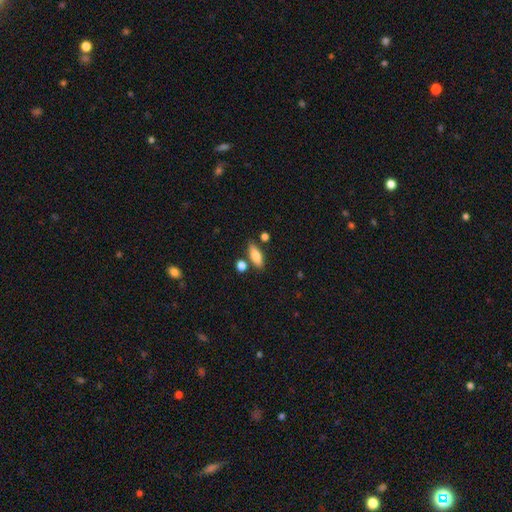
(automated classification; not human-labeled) A smooth galaxy with no disk features (81%) that is in between round and cigar-shaped (68%).

Vote fractions:
- Smooth or featured? smooth: 81% / featured or disk: 12% / star or artifact: 7%
- How rounded? in between: 68% / cigar-shaped: 28% / round: 3%
- Merging? none: 76% / minor disturbance: 12% / merger: 9% / major disturbance: 3%